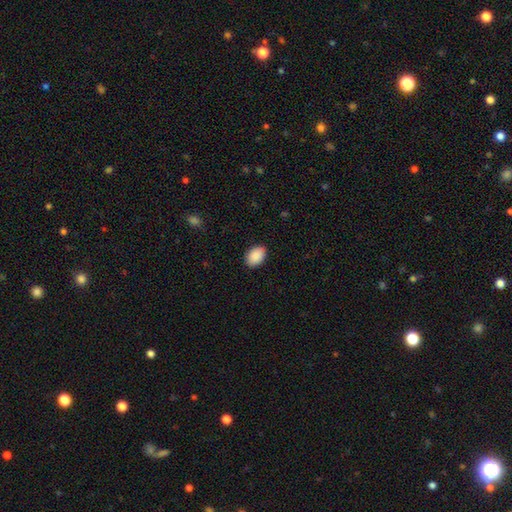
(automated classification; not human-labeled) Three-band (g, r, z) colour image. It shows a smooth galaxy with no disk features (90%) that is in between round and cigar-shaped (85%). Merging: none (87%).